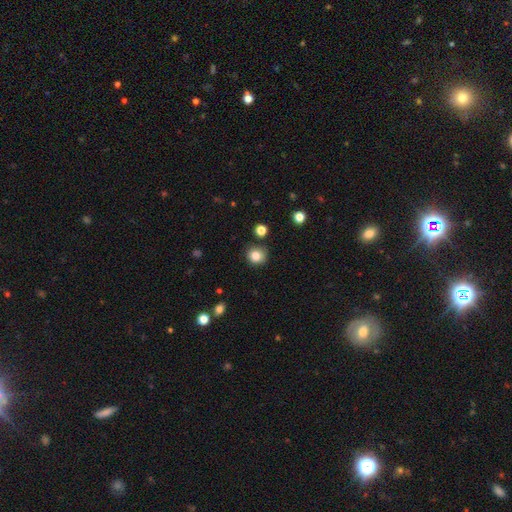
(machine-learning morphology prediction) A smooth galaxy with no disk features (84%) that is round (88%).

Vote fractions:
- Smooth or featured? smooth: 84% / star or artifact: 11% / featured or disk: 5%
- How rounded? round: 88% / in between: 11% / cigar-shaped: 1%
- Merging? none: 86% / minor disturbance: 9% / merger: 3% / major disturbance: 2%